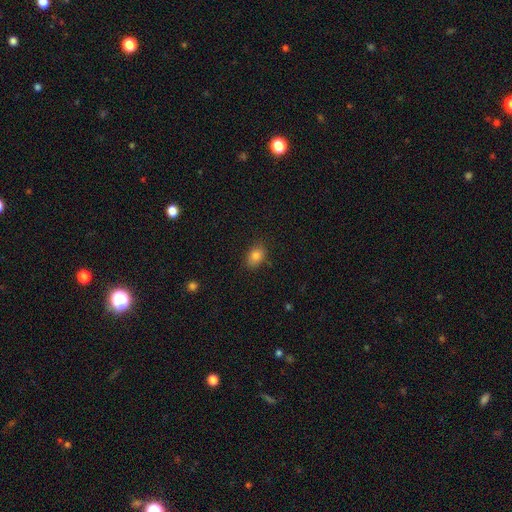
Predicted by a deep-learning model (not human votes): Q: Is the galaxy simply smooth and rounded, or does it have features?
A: smooth — 82%.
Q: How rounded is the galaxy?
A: in between — 78%.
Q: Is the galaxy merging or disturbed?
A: none — 81%.